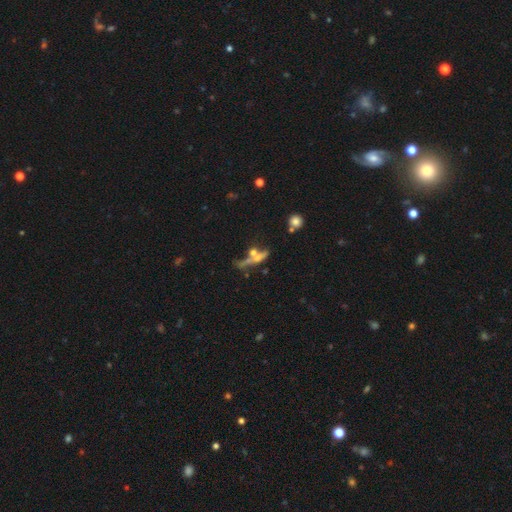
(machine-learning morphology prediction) Overall: featured or disk (55%; smooth 30%). Edge-on disk: yes (70%). Merging: none (40%; merger 34%).